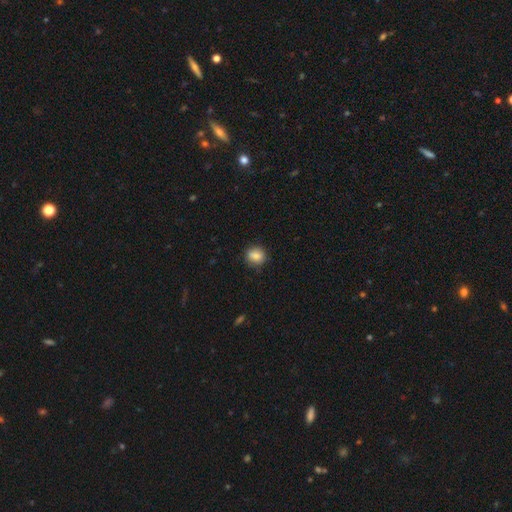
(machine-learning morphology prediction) type=smooth (85%); roundness=round (73%); merging=none (81%).